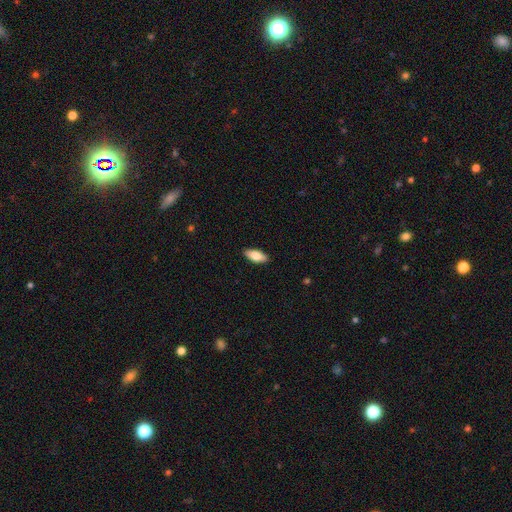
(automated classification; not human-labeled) The model was most divided on "smooth or featured": smooth: 78%, featured or disk: 16%, star or artifact: 6%. More confident: merging — none (89%); how rounded — in between (82%).